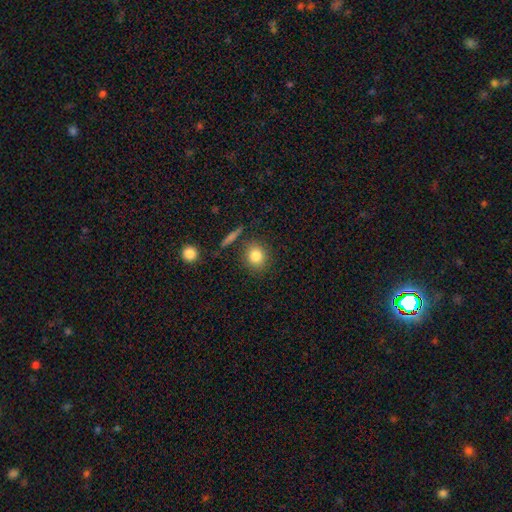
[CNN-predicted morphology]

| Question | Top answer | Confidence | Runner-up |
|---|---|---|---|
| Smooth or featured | smooth | 83% | star or artifact (10%) |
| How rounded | round | 79% | in between (19%) |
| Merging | none | 83% | minor disturbance (9%) |